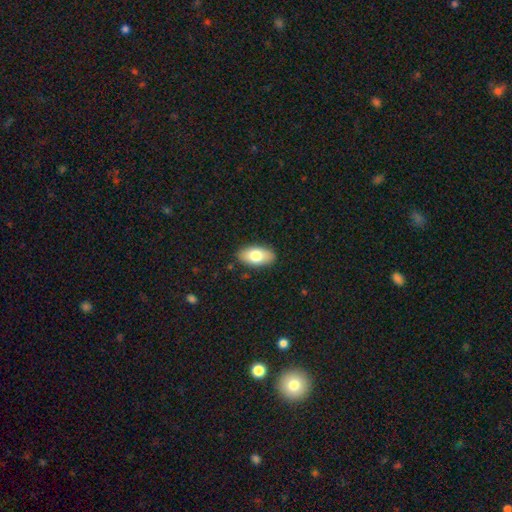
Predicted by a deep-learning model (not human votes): A smooth galaxy with no disk features (76%) that is in between round and cigar-shaped (93%).

Vote fractions:
- Smooth or featured? smooth: 76% / featured or disk: 17% / star or artifact: 7%
- How rounded? in between: 93% / round: 4% / cigar-shaped: 4%
- Merging? none: 88% / minor disturbance: 9% / major disturbance: 2% / merger: 1%